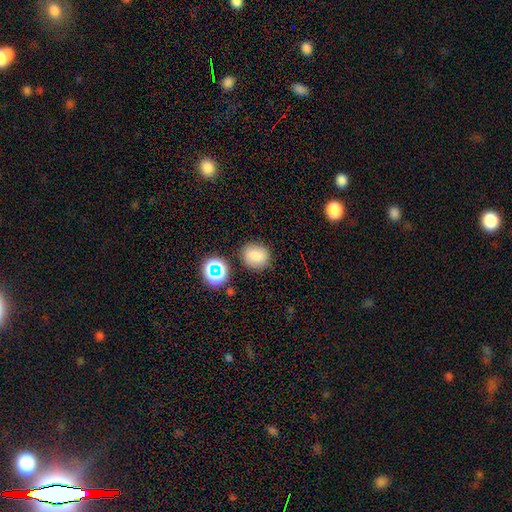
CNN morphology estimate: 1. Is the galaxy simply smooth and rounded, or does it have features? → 79% smooth, 14% star or artifact, 7% featured or disk.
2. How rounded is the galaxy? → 75% round, 24% in between, 1% cigar-shaped.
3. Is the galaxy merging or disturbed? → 82% none, 11% minor disturbance, 4% merger, 3% major disturbance.